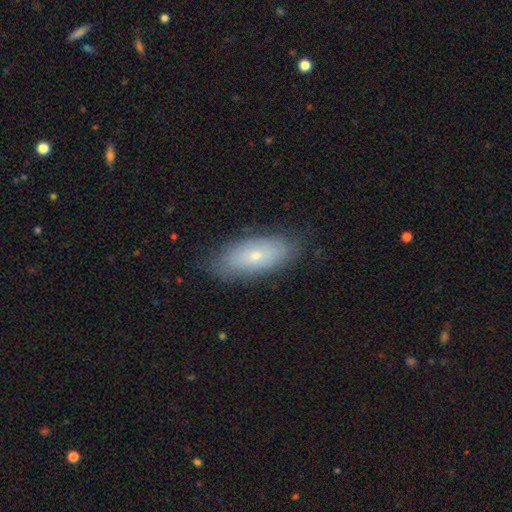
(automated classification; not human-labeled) Morphology: type=smooth (59%); roundness=in between (84%); merging=none (81%).